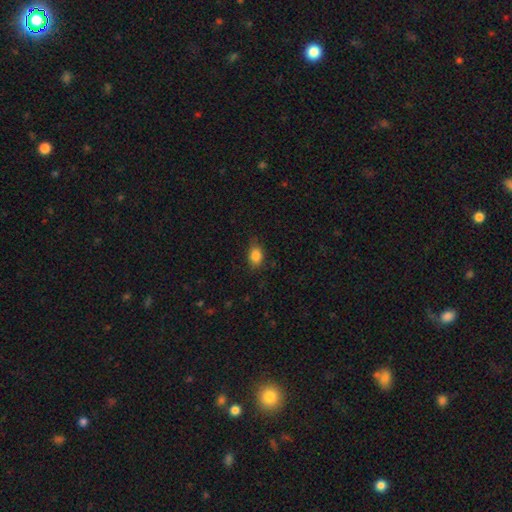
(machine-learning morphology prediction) Smooth or featured? smooth (85%)
How rounded? in between (74%)
Merging? none (76%)